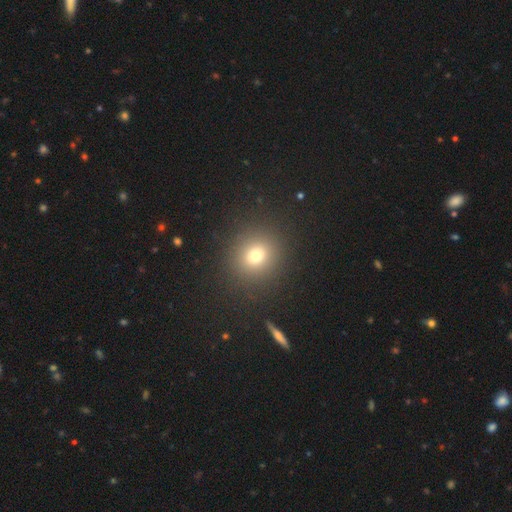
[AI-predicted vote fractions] smooth-or-featured: smooth: 73% | star or artifact: 18% | featured or disk: 10%
  how-rounded: round: 83% | in between: 16% | cigar-shaped: 1%
  merging: none: 89% | minor disturbance: 6% | major disturbance: 3% | merger: 2%